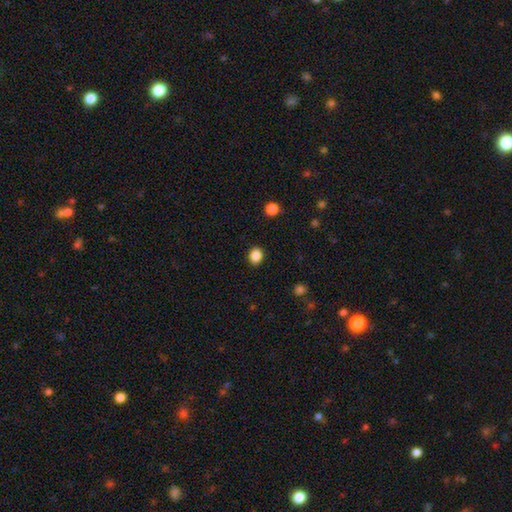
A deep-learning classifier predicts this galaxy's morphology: Smooth or featured? smooth (86%)
How rounded? round (64%)
Merging? none (89%)